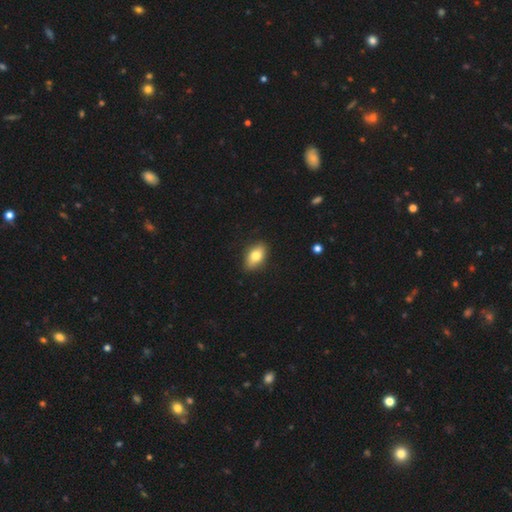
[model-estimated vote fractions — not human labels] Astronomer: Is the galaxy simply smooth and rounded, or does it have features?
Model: smooth — 75%.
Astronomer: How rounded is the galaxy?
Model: in between — 86%.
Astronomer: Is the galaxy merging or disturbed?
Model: none — 86%.